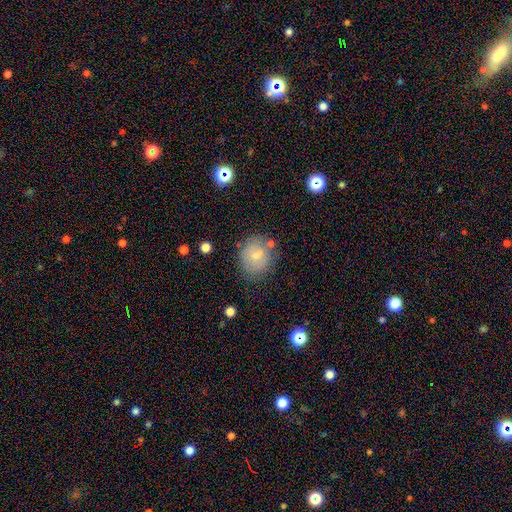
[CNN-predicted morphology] smooth_or_featured: smooth (p=0.65) [alt: featured or disk p=0.26]
how_rounded: round (p=0.70) [alt: in between p=0.29]
merging: none (p=0.66) [alt: minor disturbance p=0.20]